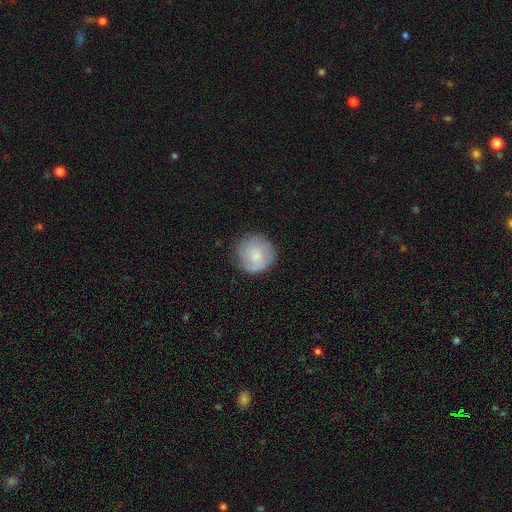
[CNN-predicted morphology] Q: Smooth or featured?
A: smooth (64%); runner-up: featured or disk (29%)
Q: How rounded?
A: round (93%); runner-up: in between (6%)
Q: Merging?
A: none (78%); runner-up: minor disturbance (17%)